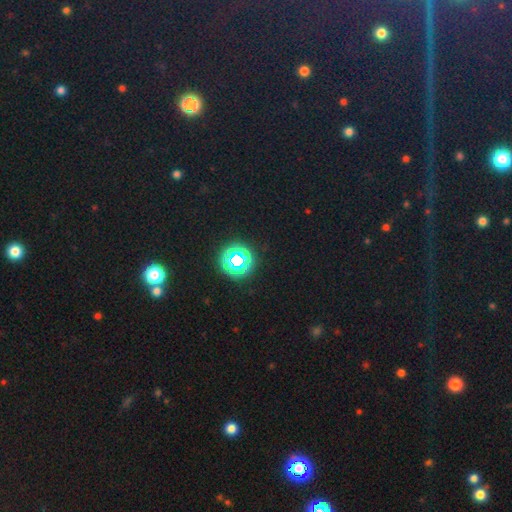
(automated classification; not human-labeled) Overall: star or artifact (66%; smooth 27%).